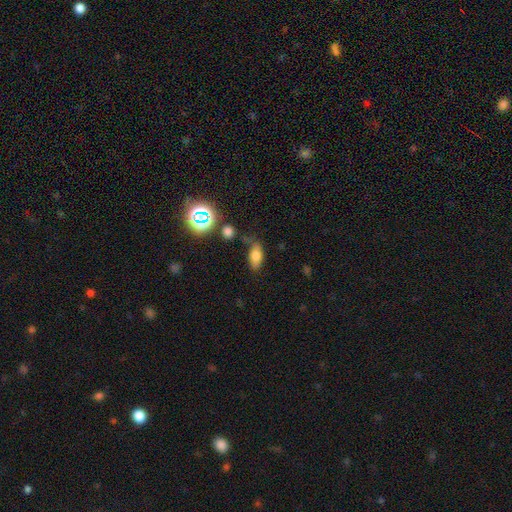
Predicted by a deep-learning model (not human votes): Smooth or featured?
  - smooth: 70% *
  - featured or disk: 15%
  - star or artifact: 15%
How rounded?
  - in between: 80% *
  - cigar-shaped: 13%
  - round: 6%
Merging?
  - none: 61% *
  - minor disturbance: 23%
  - major disturbance: 9%
  - merger: 7%